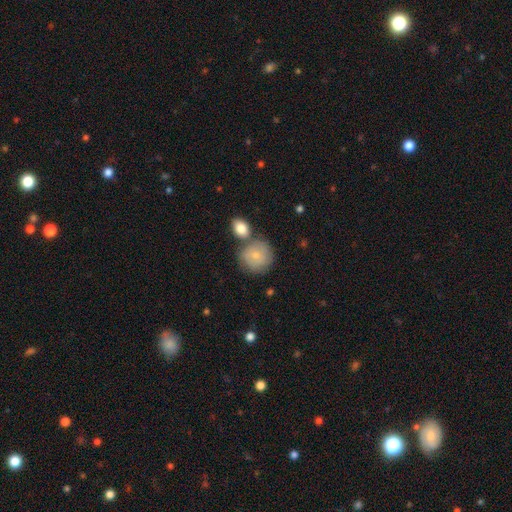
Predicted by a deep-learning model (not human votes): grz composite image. It shows a smooth galaxy with no disk features (78%) that is round (88%). Merging: none (57%).